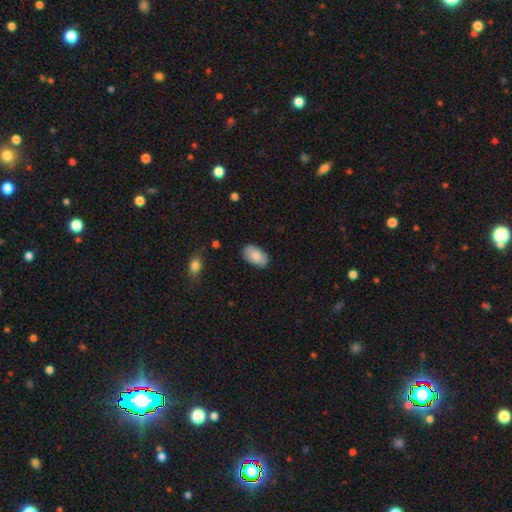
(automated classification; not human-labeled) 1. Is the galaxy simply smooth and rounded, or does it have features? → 84% smooth, 10% featured or disk, 6% star or artifact.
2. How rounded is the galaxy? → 93% in between, 5% round, 1% cigar-shaped.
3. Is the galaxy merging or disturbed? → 81% none, 15% minor disturbance, 3% major disturbance, 1% merger.